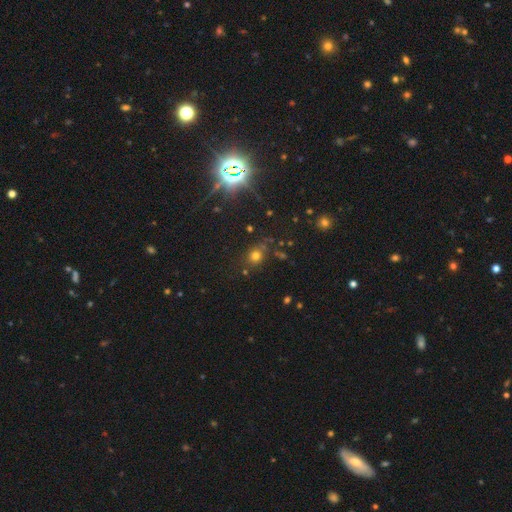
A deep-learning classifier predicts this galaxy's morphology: Smooth or featured?
  - smooth: 66% *
  - star or artifact: 26%
  - featured or disk: 8%
How rounded?
  - round: 74% *
  - in between: 24%
  - cigar-shaped: 2%
Merging?
  - none: 75% *
  - minor disturbance: 13%
  - merger: 6%
  - major disturbance: 6%